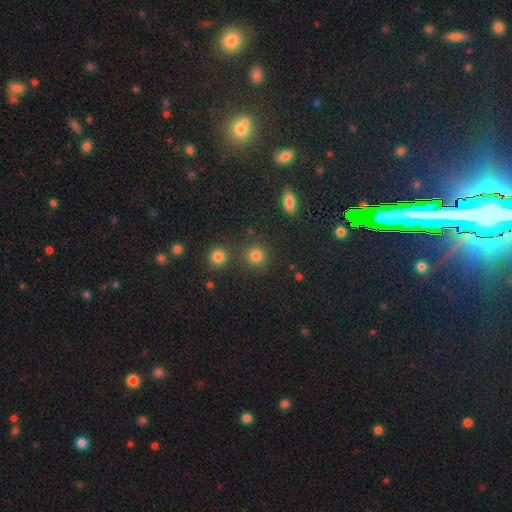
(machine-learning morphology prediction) A smooth galaxy with no disk features (82%) that is round (91%). Merging: none (84%).